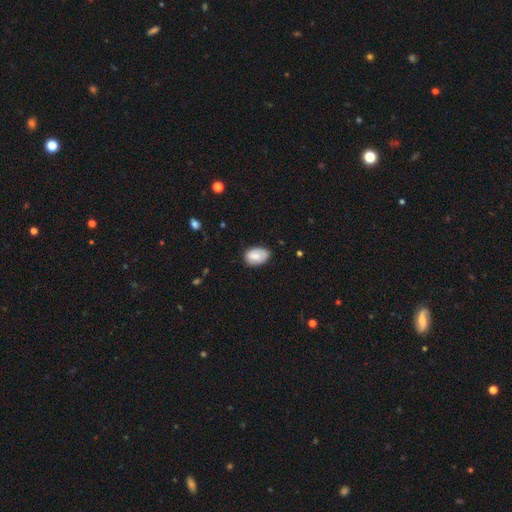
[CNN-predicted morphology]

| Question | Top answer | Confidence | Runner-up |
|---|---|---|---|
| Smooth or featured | smooth | 80% | featured or disk (13%) |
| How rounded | in between | 89% | round (10%) |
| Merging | none | 72% | minor disturbance (23%) |